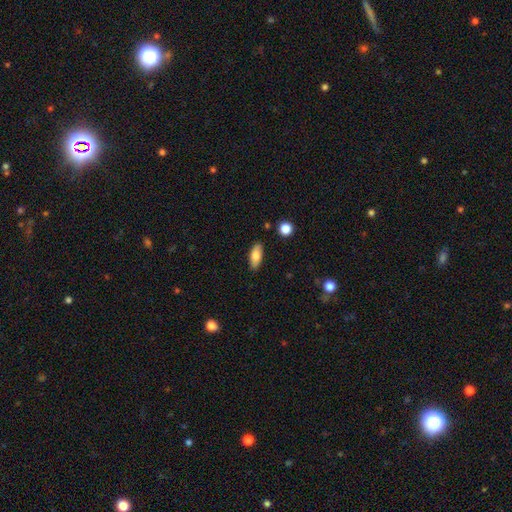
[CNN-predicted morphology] smooth-or-featured: smooth: 82% | featured or disk: 11% | star or artifact: 7%
  how-rounded: in between: 81% | cigar-shaped: 16% | round: 3%
  merging: none: 86% | minor disturbance: 10% | major disturbance: 2% | merger: 2%